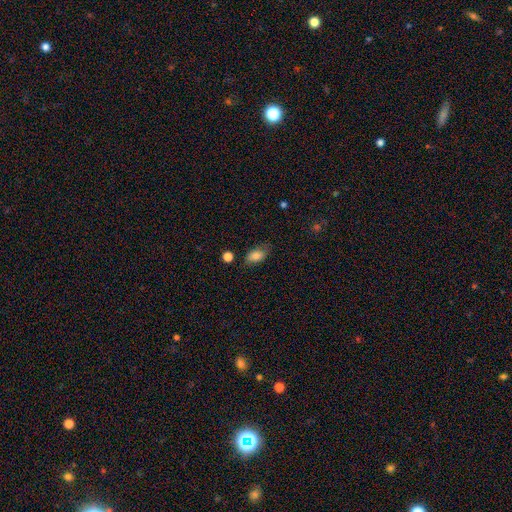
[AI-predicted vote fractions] The model was most divided on "merging": none: 69%, minor disturbance: 22%, major disturbance: 5%, merger: 3%. More confident: how rounded — in between (88%); smooth or featured — smooth (81%).